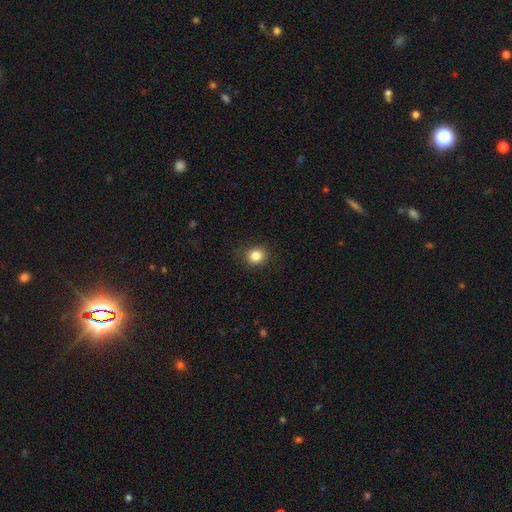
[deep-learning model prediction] smooth-or-featured: smooth: 84% | star or artifact: 11% | featured or disk: 5%
  how-rounded: round: 83% | in between: 16% | cigar-shaped: 1%
  merging: none: 88% | minor disturbance: 9% | major disturbance: 3% | merger: 1%